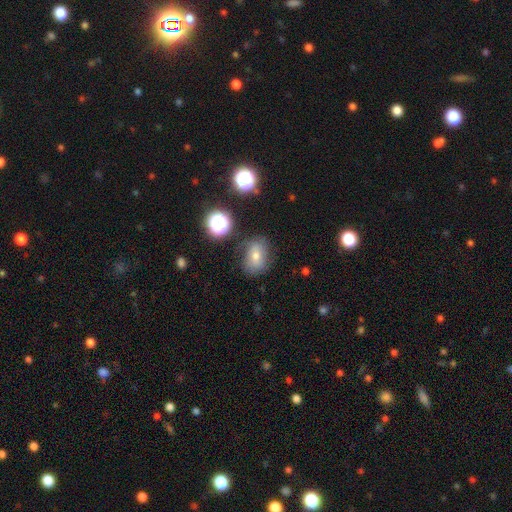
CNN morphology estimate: Q: Smooth or featured?
A: smooth (61%); runner-up: featured or disk (22%)
Q: How rounded?
A: in between (66%); runner-up: round (33%)
Q: Merging?
A: none (70%); runner-up: minor disturbance (20%)